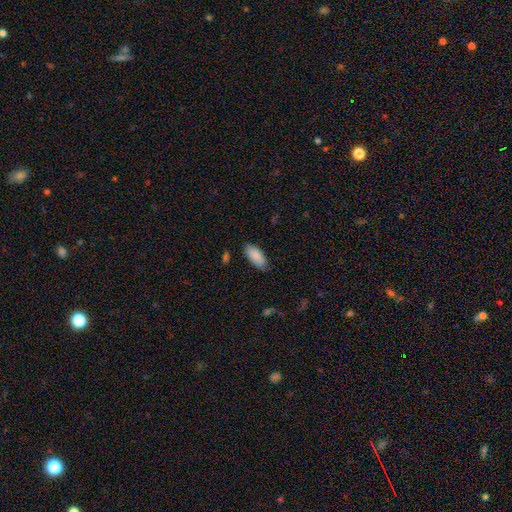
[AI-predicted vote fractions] Smooth or featured? smooth (88%)
How rounded? in between (91%)
Merging? none (79%)